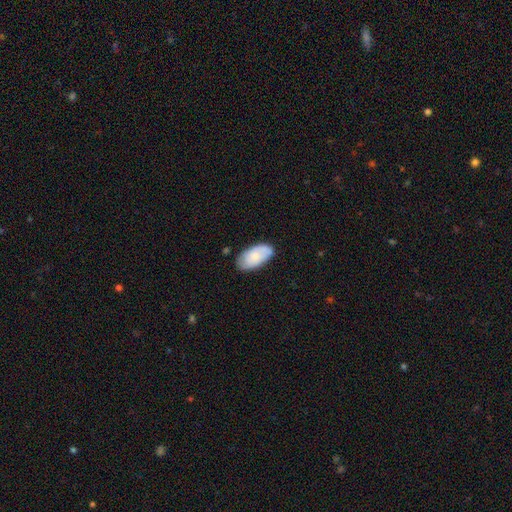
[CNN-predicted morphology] Smooth or featured?
  - smooth: 70% *
  - featured or disk: 24%
  - star or artifact: 6%
How rounded?
  - in between: 95% *
  - round: 2%
  - cigar-shaped: 2%
Merging?
  - none: 72% *
  - minor disturbance: 22%
  - major disturbance: 4%
  - merger: 2%